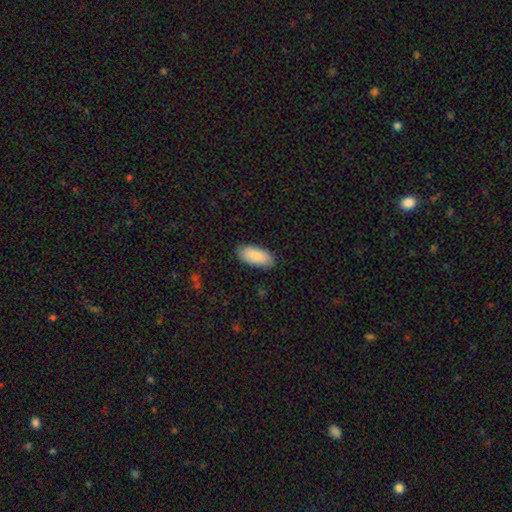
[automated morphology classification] This is clearly a smooth galaxy (89%). How rounded: clearly in between (89%). Merging: clearly none (85%).